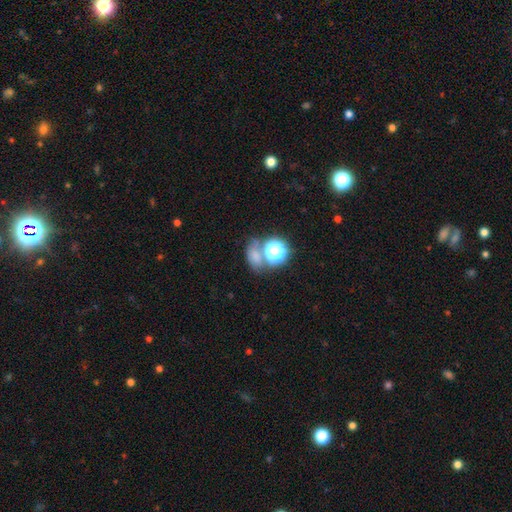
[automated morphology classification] This is likely a smooth galaxy (61%). How rounded: possibly in between (54%). Merging: possibly none (45%).